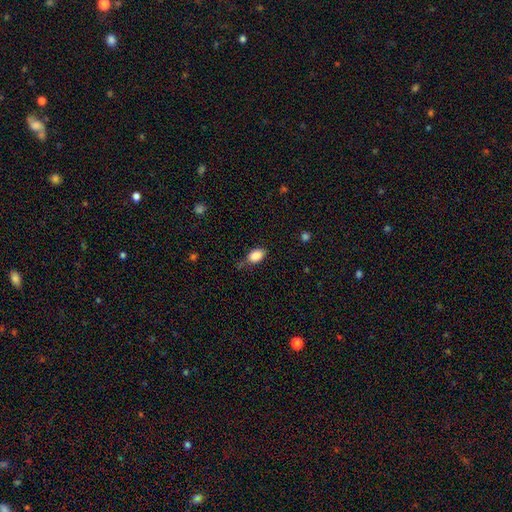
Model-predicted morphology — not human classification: Smooth or featured: smooth — 88% (star or artifact — 8%)
How rounded: in between — 85% (round — 13%)
Merging: none — 68% (minor disturbance — 23%)